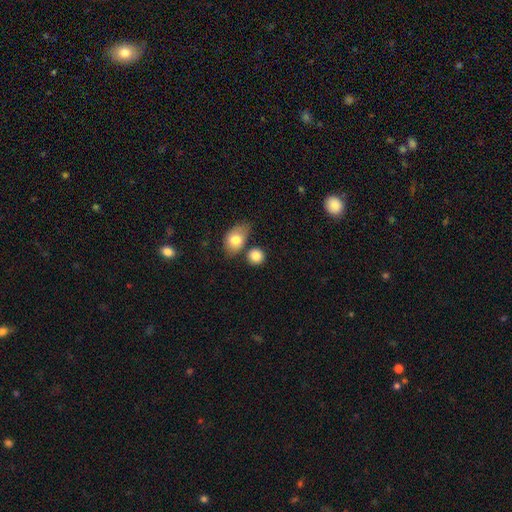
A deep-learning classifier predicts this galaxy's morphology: smooth_or_featured: smooth (p=0.83) [alt: star or artifact p=0.09]
how_rounded: round (p=0.79) [alt: in between p=0.20]
merging: none (p=0.65) [alt: merger p=0.19]